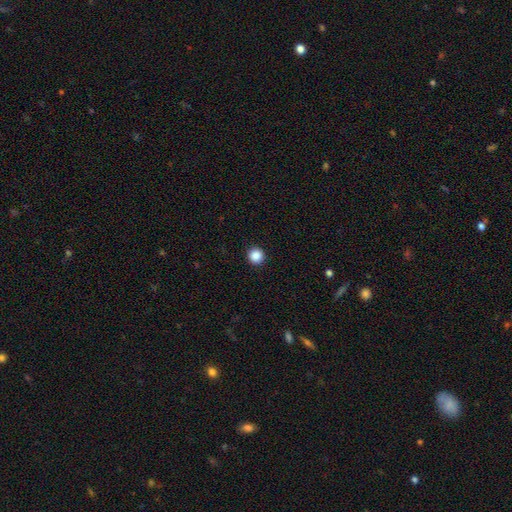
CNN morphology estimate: type=smooth (88%); roundness=round (96%); merging=none (93%).